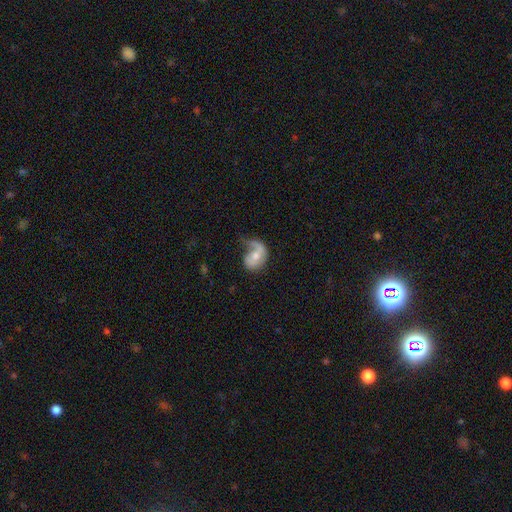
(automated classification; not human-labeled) A featured or disk galaxy (53%) with no bar (69%), spiral arms (70%) and a moderate central bulge (55%).

Vote fractions:
- Smooth or featured? featured or disk: 53% / smooth: 40% / star or artifact: 7%
- Edge-on disk? no: 97% / yes: 3%
- Bar? no: 69% / weak: 24% / strong: 6%
- Spiral arms? yes: 70% / no: 30%
- Bulge size? moderate: 55% / small: 35% / large: 4% / none: 4% / dominant: 2%
- Merging? major disturbance: 43% / none: 28% / minor disturbance: 24% / merger: 6%